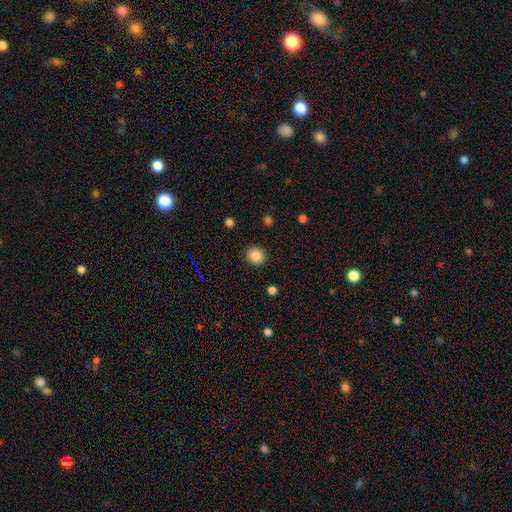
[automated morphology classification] Smooth or featured? Predicted: smooth (p=0.84). How rounded? Predicted: round (p=0.84). Merging? Predicted: none (p=0.91).